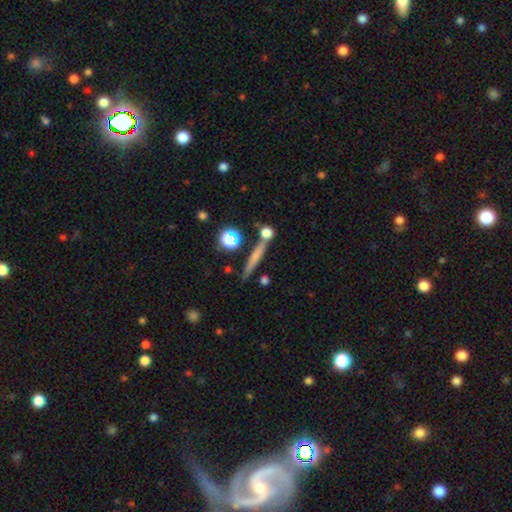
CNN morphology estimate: type=smooth (57%); roundness=cigar-shaped (83%); merging=none (73%).